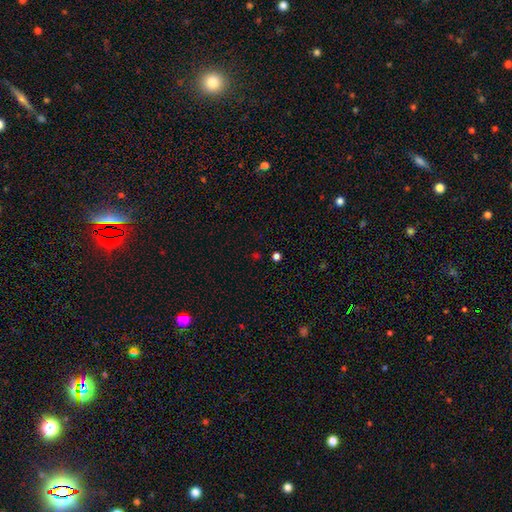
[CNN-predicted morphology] Smooth or featured? Predicted: star or artifact (p=0.52).